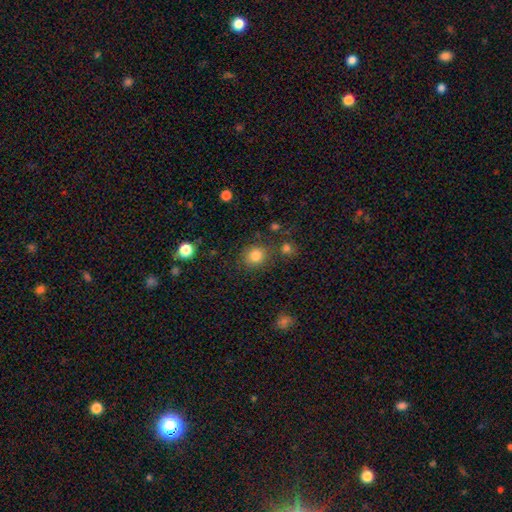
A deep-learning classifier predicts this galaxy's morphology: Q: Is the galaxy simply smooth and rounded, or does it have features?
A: smooth — 83%.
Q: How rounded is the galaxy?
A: round — 84%.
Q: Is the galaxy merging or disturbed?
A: none — 80%.